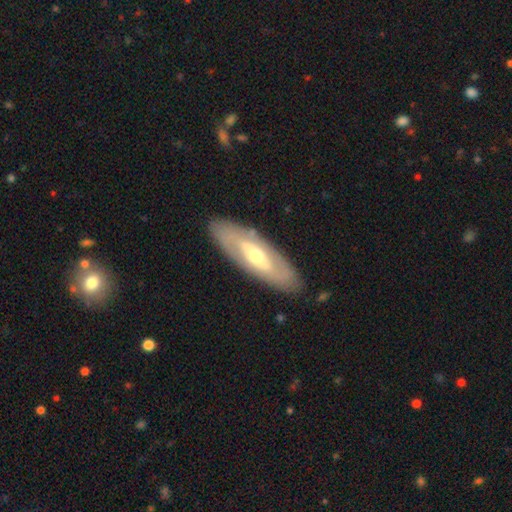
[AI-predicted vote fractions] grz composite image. It shows a featured or disk galaxy (63%). Merging: none (85%).